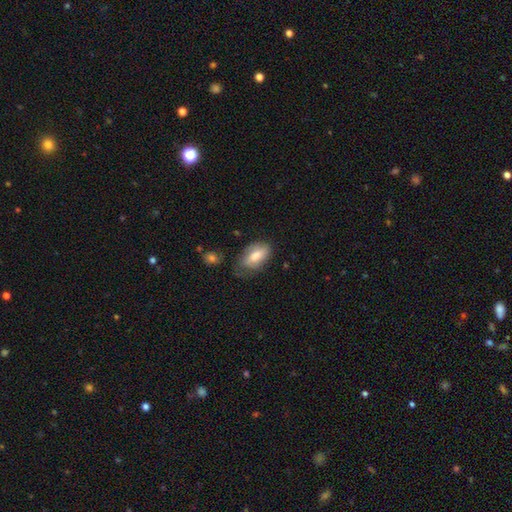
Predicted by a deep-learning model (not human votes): smooth-or-featured: smooth: 73% | featured or disk: 20% | star or artifact: 7%
  how-rounded: in between: 91% | cigar-shaped: 5% | round: 4%
  merging: none: 57% | minor disturbance: 30% | major disturbance: 10% | merger: 3%